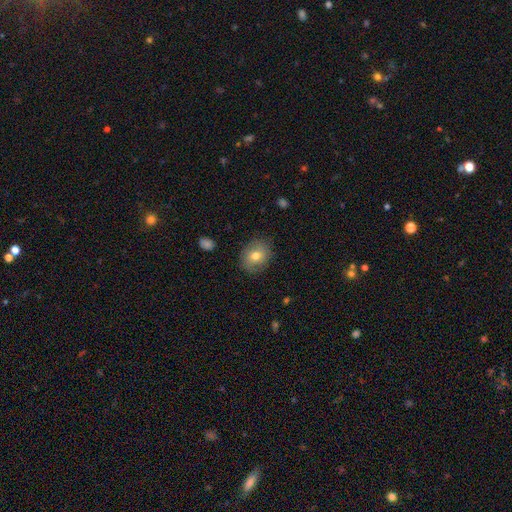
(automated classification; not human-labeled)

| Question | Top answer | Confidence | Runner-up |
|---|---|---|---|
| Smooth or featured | smooth | 70% | featured or disk (21%) |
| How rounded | round | 62% | in between (37%) |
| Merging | none | 83% | minor disturbance (13%) |